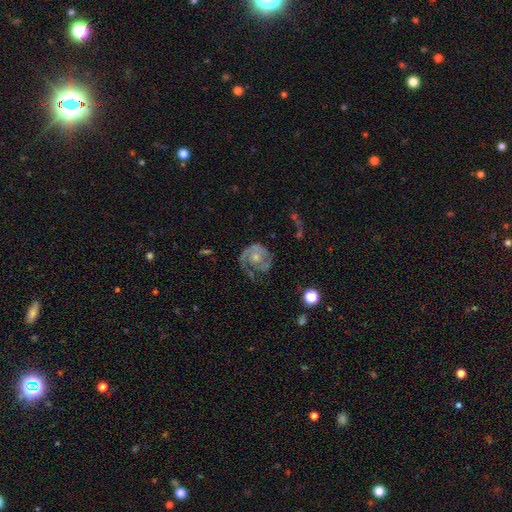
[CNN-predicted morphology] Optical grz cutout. It shows a featured or disk galaxy (77%) with no bar (77%), 1 (50%) tight (46%) spiral arms (88%) and a moderate central bulge (46%). Merging: none (50%).